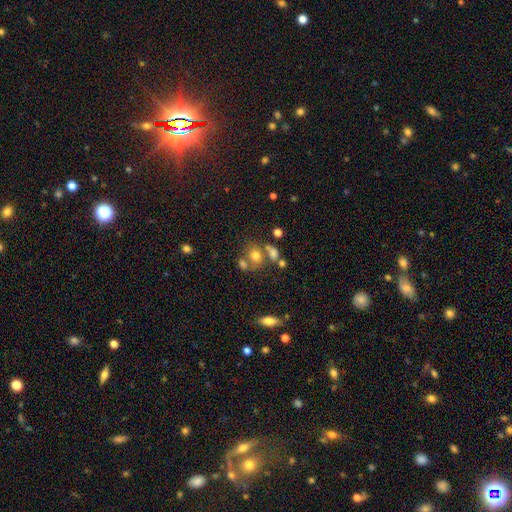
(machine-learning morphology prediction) Smooth or featured?
  - smooth: 68% *
  - featured or disk: 16%
  - star or artifact: 16%
How rounded?
  - round: 51% *
  - in between: 47%
  - cigar-shaped: 2%
Merging?
  - none: 47% *
  - merger: 33%
  - minor disturbance: 13%
  - major disturbance: 7%